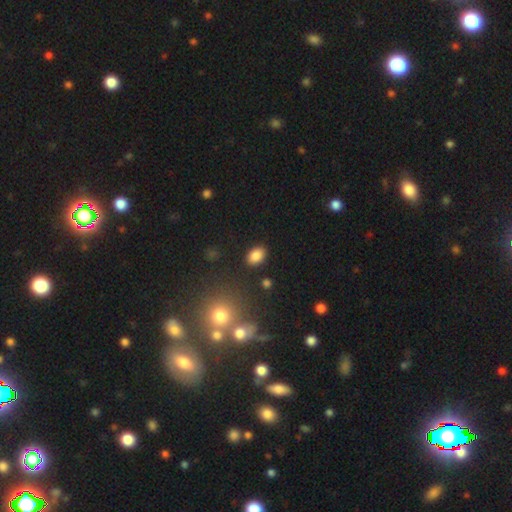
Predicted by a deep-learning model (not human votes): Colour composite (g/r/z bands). It shows a smooth galaxy with no disk features (85%) that is in between round and cigar-shaped (80%). Merging: none (87%).